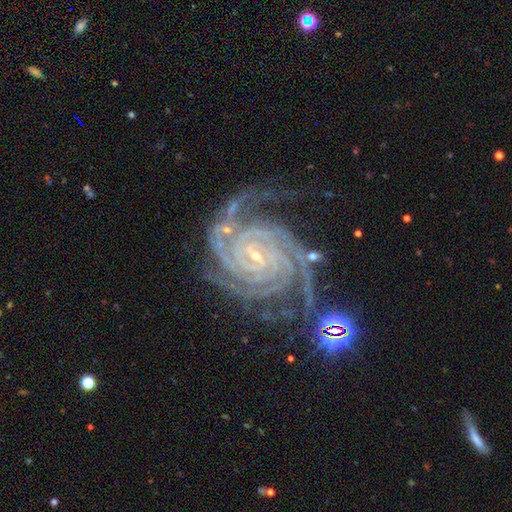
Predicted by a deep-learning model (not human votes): featured or disk 93%, star or artifact 5%, smooth 2%. Down the decision tree: edge-on disk — no (98%); bar — no (50%); spiral arms — yes (99%); spiral arm count — 4 (31%); spiral winding — tight (85%); bulge size — small (86%); merging — none (63%).